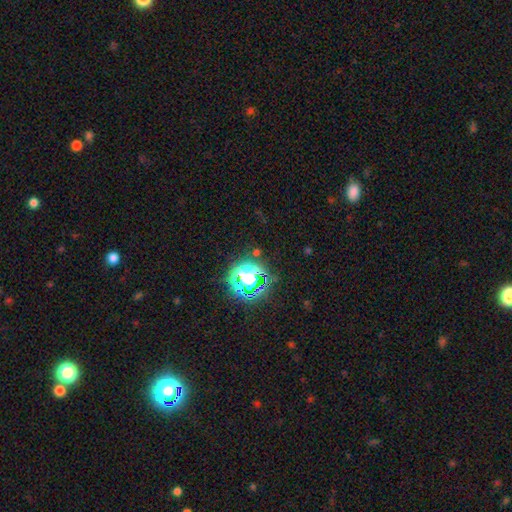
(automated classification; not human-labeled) Smooth or featured? Predicted: star or artifact (p=0.65).